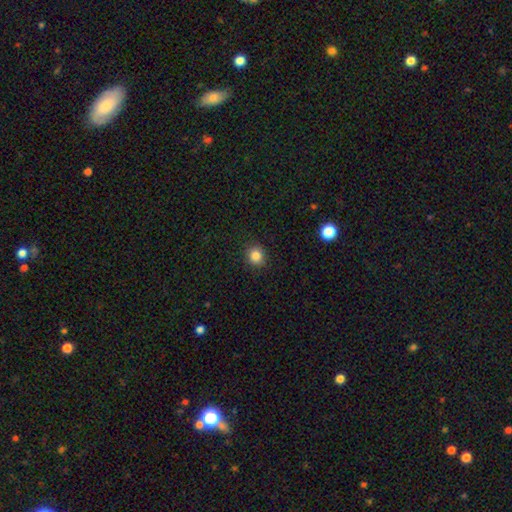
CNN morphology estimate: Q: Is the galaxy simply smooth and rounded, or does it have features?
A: smooth — 84%.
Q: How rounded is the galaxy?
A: round — 82%.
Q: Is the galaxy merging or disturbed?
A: none — 91%.